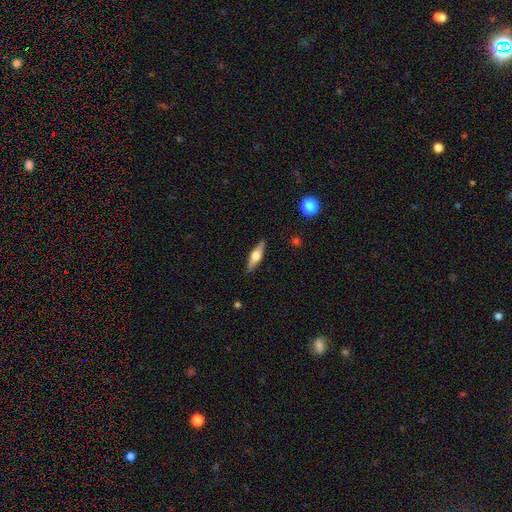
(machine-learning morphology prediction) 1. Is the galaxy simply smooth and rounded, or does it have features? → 49% featured or disk, 45% smooth, 6% star or artifact.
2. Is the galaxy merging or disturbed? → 89% none, 8% minor disturbance, 2% major disturbance, 1% merger.